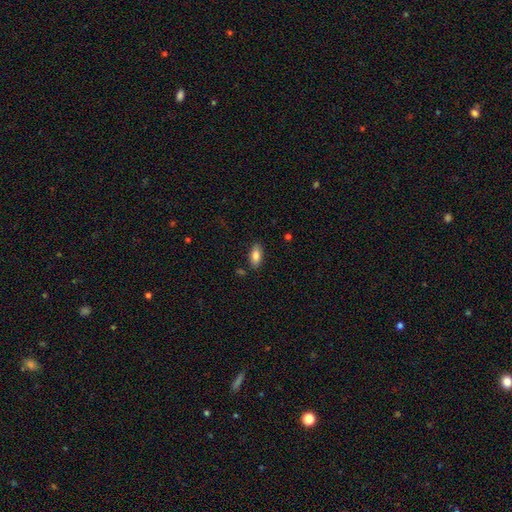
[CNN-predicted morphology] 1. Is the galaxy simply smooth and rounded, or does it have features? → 83% smooth, 10% featured or disk, 7% star or artifact.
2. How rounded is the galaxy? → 89% in between, 8% cigar-shaped, 2% round.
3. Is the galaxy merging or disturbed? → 85% none, 11% minor disturbance, 2% merger, 2% major disturbance.